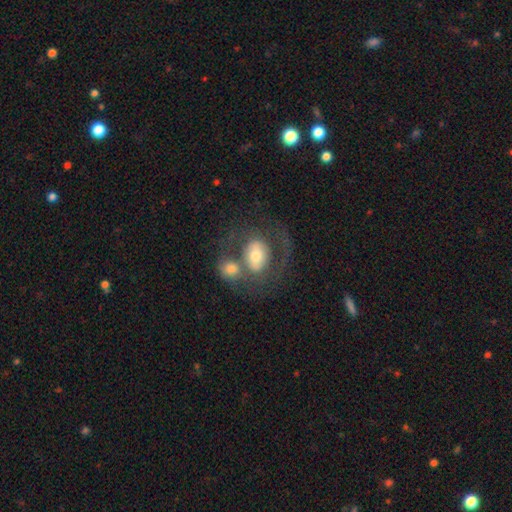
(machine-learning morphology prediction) smooth 46% (tied), featured or disk 46% (tied), star or artifact 8%. Down the decision tree: merging — merger (48%).